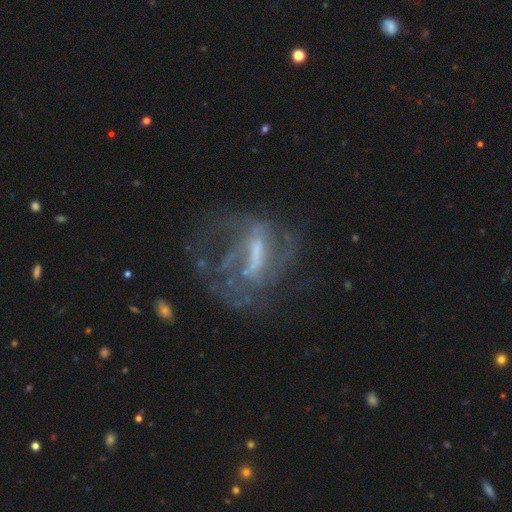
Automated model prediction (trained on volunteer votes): Q: Smooth or featured?
A: featured or disk (76%); runner-up: smooth (12%)
Q: Edge-on disk?
A: no (91%); runner-up: yes (9%)
Q: Bar?
A: strong (54%); runner-up: weak (30%)
Q: Spiral arms?
A: yes (62%); runner-up: no (38%)
Q: Bulge size?
A: none (35%); runner-up: small (30%)
Q: Merging?
A: none (45%); runner-up: major disturbance (34%)